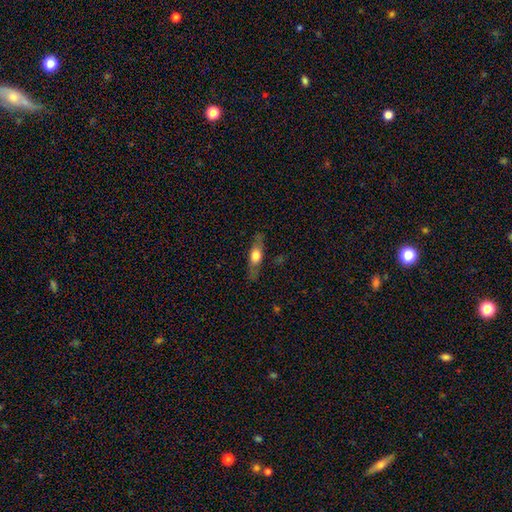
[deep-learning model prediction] Morphology: type=smooth (53%); roundness=cigar-shaped (56%); merging=none (81%).